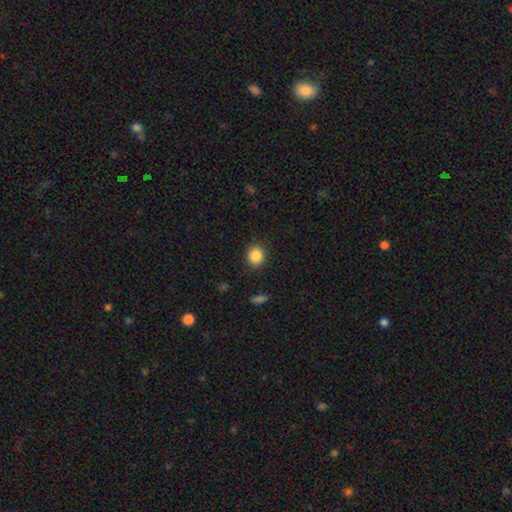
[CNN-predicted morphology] Q: Smooth or featured?
A: smooth (86%); runner-up: star or artifact (10%)
Q: How rounded?
A: round (84%); runner-up: in between (15%)
Q: Merging?
A: none (87%); runner-up: minor disturbance (9%)